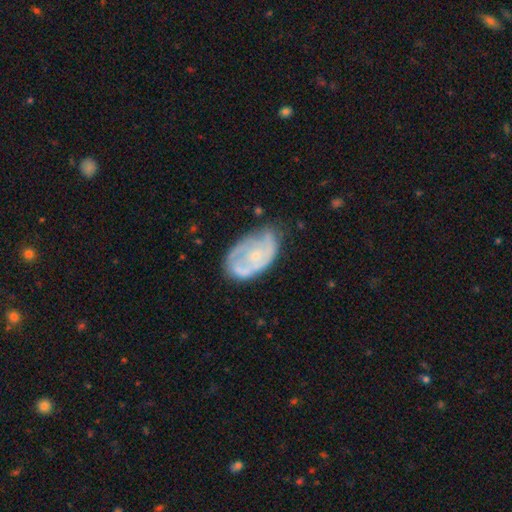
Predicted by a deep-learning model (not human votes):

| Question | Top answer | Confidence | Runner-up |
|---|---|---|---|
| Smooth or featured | featured or disk | 67% | smooth (27%) |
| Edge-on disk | no | 96% | yes (4%) |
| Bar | no | 78% | weak (19%) |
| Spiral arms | yes | 66% | no (34%) |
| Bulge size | small | 68% | moderate (23%) |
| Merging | none | 48% | minor disturbance (33%) |